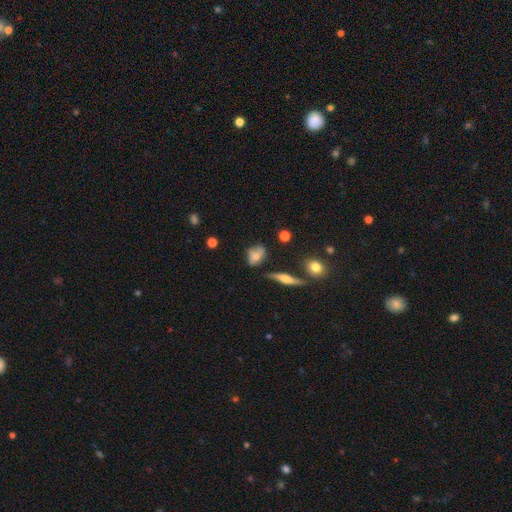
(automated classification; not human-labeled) smooth-or-featured: smooth: 59% | featured or disk: 31% | star or artifact: 10%
  how-rounded: in between: 70% | round: 25% | cigar-shaped: 6%
  merging: none: 50% | minor disturbance: 29% | major disturbance: 12% | merger: 8%